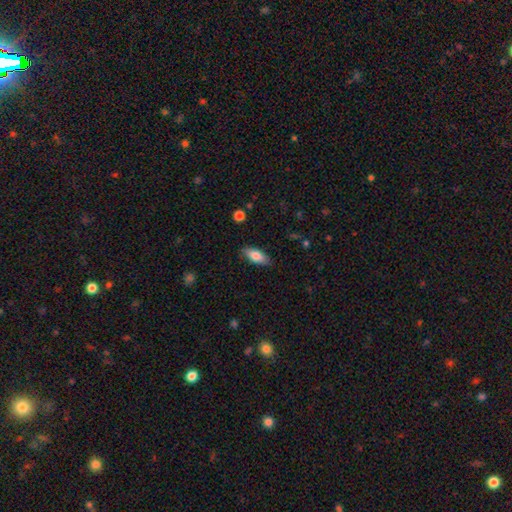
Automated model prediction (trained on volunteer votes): Smooth or featured?
  - smooth: 79% *
  - featured or disk: 14%
  - star or artifact: 7%
How rounded?
  - in between: 79% *
  - cigar-shaped: 19%
  - round: 2%
Merging?
  - none: 85% *
  - minor disturbance: 11%
  - major disturbance: 2%
  - merger: 1%